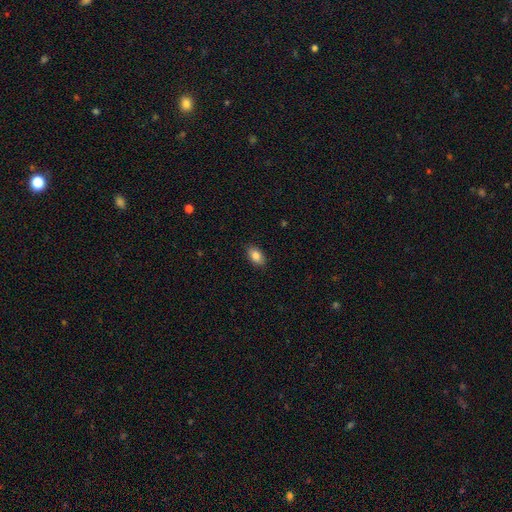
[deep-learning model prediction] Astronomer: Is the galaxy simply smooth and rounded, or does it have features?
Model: smooth — 85%.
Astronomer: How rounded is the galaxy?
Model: in between — 90%.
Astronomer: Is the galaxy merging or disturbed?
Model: none — 88%.